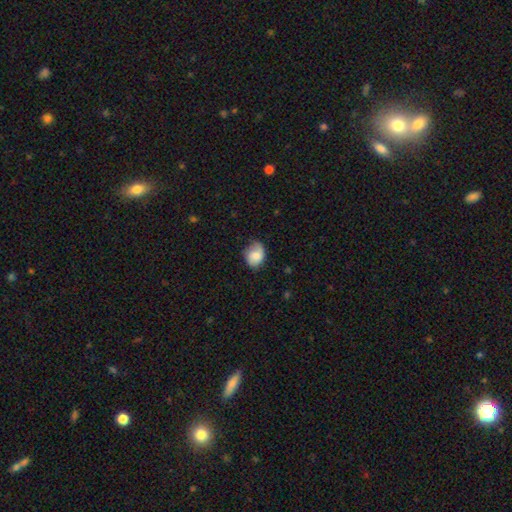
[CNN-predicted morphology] type=smooth (69%); roundness=in between (60%); merging=none (61%).